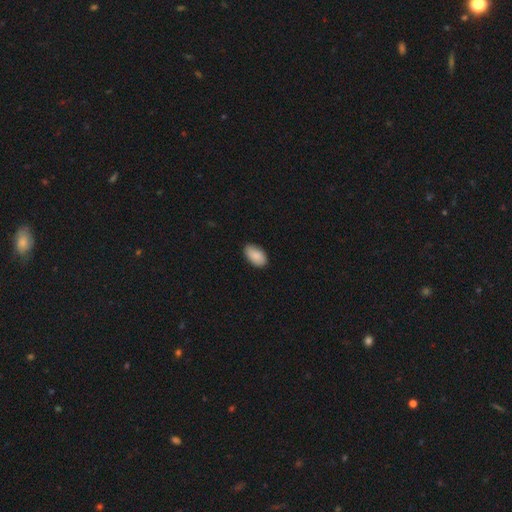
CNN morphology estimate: Smooth or featured? smooth (89%)
How rounded? in between (94%)
Merging? none (85%)